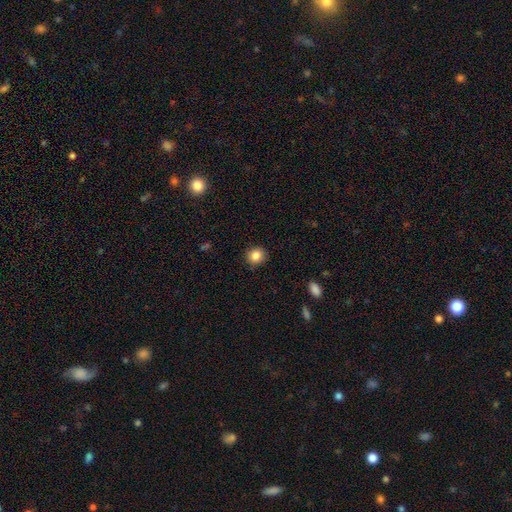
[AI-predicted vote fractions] Smooth or featured?
  - smooth: 86% *
  - star or artifact: 10%
  - featured or disk: 5%
How rounded?
  - round: 87% *
  - in between: 12%
  - cigar-shaped: 1%
Merging?
  - none: 90% *
  - minor disturbance: 7%
  - major disturbance: 2%
  - merger: 1%